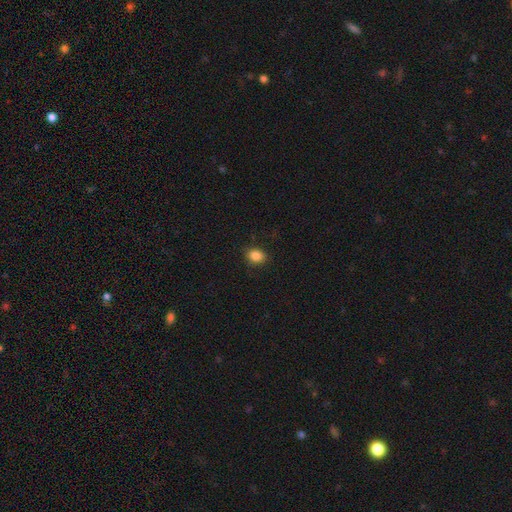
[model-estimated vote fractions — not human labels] This appears to be a smooth galaxy with no disk features (86%) that is in between round and cigar-shaped (56%). Merging: none (86%).